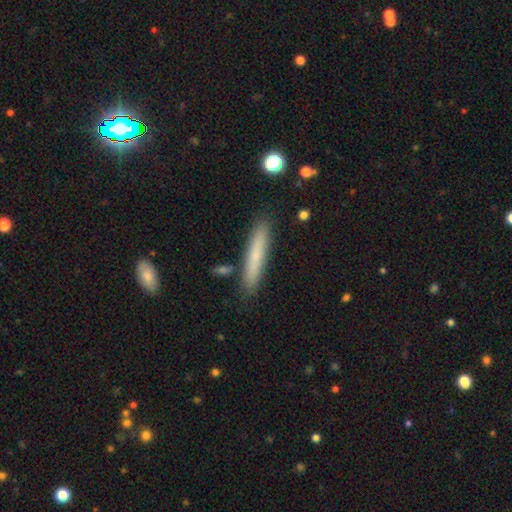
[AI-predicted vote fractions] A smooth galaxy with no disk features (72%) that is cigar-shaped (93%).

Vote fractions:
- Smooth or featured? smooth: 72% / featured or disk: 21% / star or artifact: 7%
- How rounded? cigar-shaped: 93% / in between: 5% / round: 1%
- Merging? none: 87% / minor disturbance: 9% / merger: 2% / major disturbance: 2%